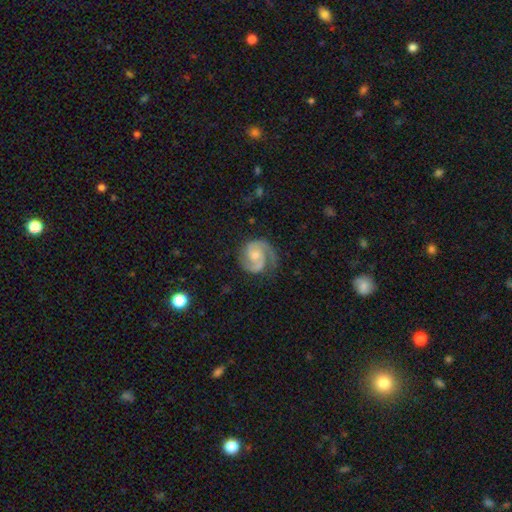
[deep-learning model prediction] Morphology: type=featured or disk (87%); edge-on=no (98%); bar=no (61%); spiral arms=yes (98%); winding=medium (47%); arm count=2 (86%); bulge=small (47%); merging=none (71%).